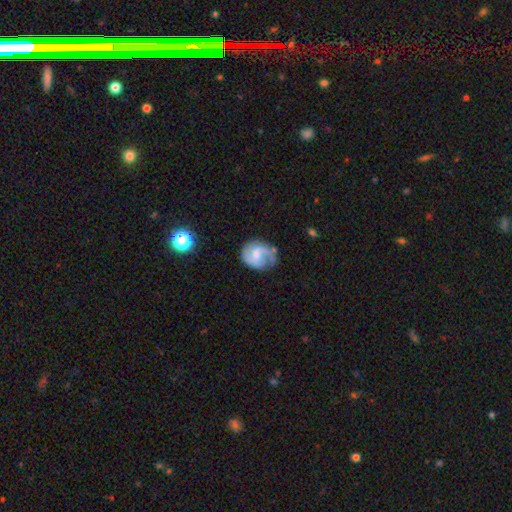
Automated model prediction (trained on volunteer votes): smooth-or-featured: featured or disk: 74% | smooth: 19% | star or artifact: 7%
  disk-edge-on: no: 98% | yes: 2%
    bar: no: 50% | weak: 43% | strong: 7%
    has-spiral-arms: yes: 92% | no: 8%
      spiral-winding: medium: 47% | tight: 28% | loose: 25%
      spiral-arm-count: 2: 66% | can't tell: 12% | 1: 11% | 3: 7% | 4: 2% | more than 4: 2%
    bulge-size: small: 51% | moderate: 41% | none: 5% | large: 2% | dominant: 1%
  merging: none: 60% | minor disturbance: 25% | major disturbance: 12% | merger: 3%